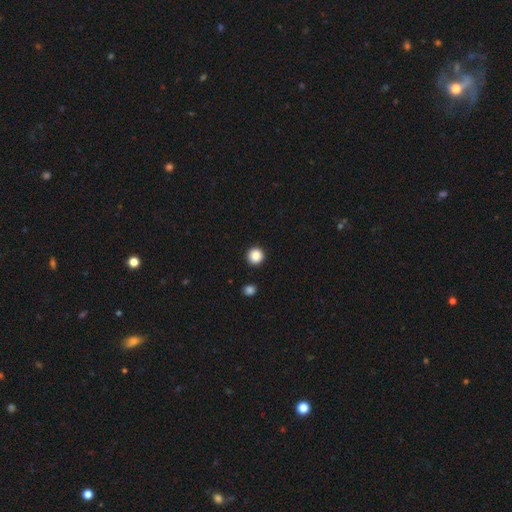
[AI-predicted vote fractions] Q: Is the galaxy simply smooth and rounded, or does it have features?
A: smooth — 87%.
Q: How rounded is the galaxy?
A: round — 95%.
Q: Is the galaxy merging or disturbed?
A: none — 92%.